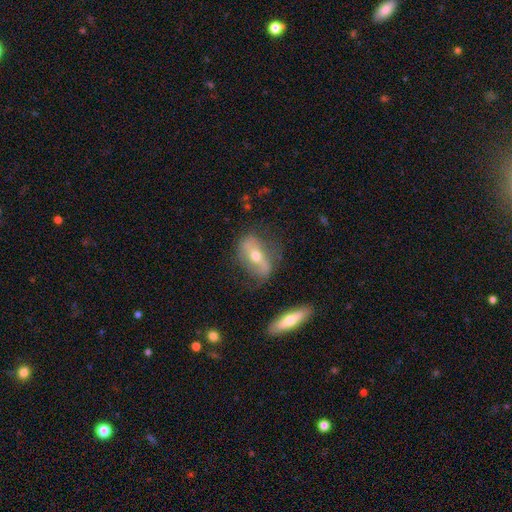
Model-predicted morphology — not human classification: Smooth or featured? Predicted: featured or disk (p=0.62). Edge-on disk? Predicted: no (p=0.74). Merging? Predicted: none (p=0.64).